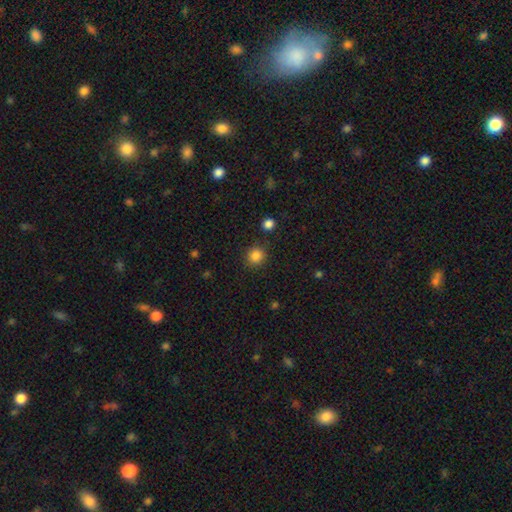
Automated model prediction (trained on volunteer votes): Smooth or featured? smooth (85%)
How rounded? round (89%)
Merging? none (87%)